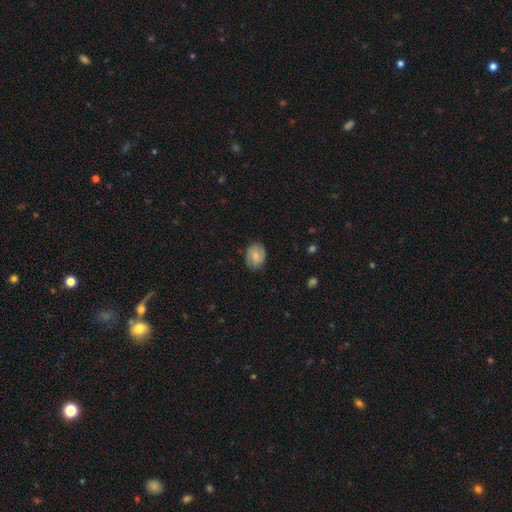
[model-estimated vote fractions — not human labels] Smooth or featured? Predicted: smooth (p=0.61). How rounded? Predicted: in between (p=0.53). Merging? Predicted: none (p=0.80).